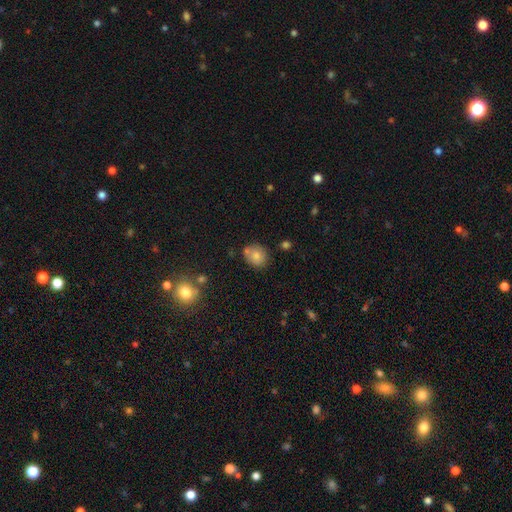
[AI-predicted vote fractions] Smooth or featured: smooth — 79% (featured or disk — 11%)
How rounded: round — 69% (in between — 30%)
Merging: none — 66% (minor disturbance — 16%)